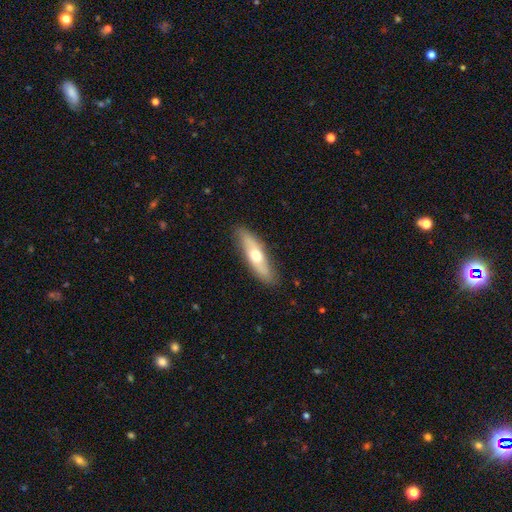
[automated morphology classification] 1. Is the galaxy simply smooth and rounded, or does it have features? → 52% smooth, 42% featured or disk, 5% star or artifact.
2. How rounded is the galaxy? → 64% cigar-shaped, 34% in between, 2% round.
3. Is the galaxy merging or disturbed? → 85% none, 11% minor disturbance, 2% major disturbance, 1% merger.